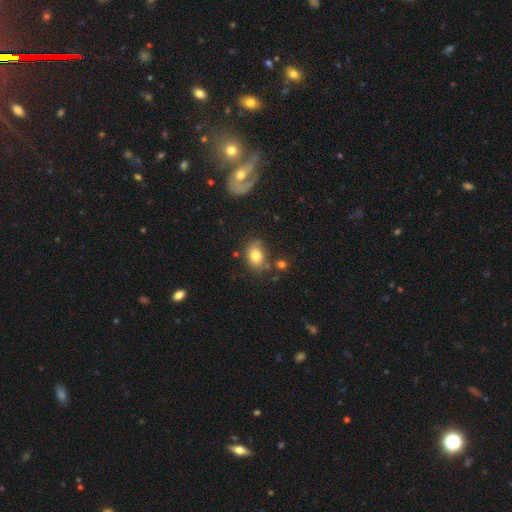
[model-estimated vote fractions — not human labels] smooth 76%, featured or disk 13%, star or artifact 10%. Down the decision tree: how rounded — in between (65%); merging — none (63%).